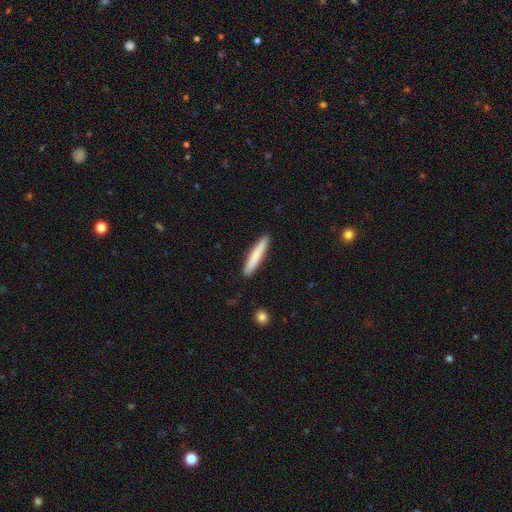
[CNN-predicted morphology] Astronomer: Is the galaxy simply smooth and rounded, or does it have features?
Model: smooth — 78%.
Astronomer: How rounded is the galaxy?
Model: cigar-shaped — 92%.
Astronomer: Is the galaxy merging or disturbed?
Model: none — 91%.